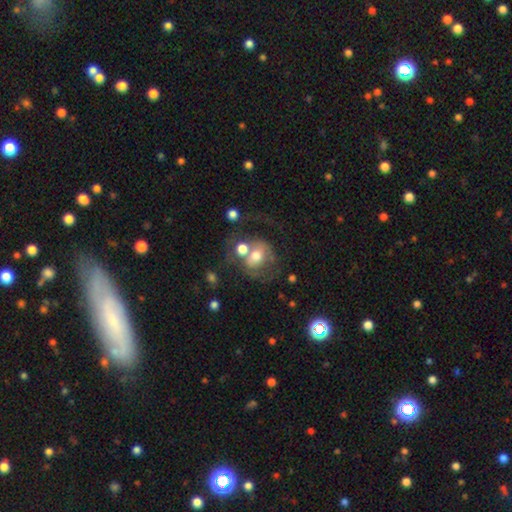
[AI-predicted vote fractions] smooth-or-featured: smooth: 51% | featured or disk: 38% | star or artifact: 11%
  how-rounded: round: 68% | in between: 31% | cigar-shaped: 1%
  merging: merger: 37% | none: 29% | major disturbance: 19% | minor disturbance: 14%